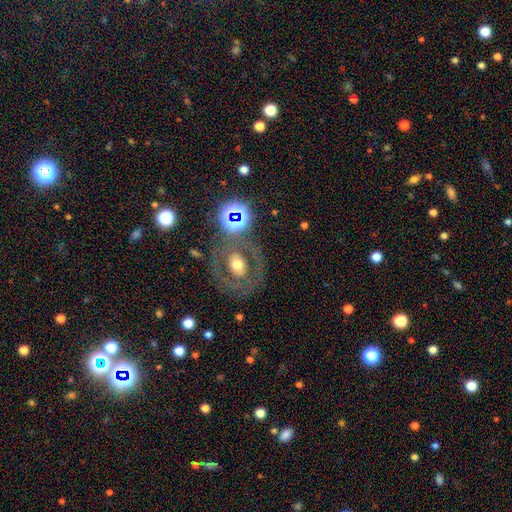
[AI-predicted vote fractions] Q: Smooth or featured?
A: featured or disk (41%); runner-up: star or artifact (38%)
Q: Merging?
A: none (66%); runner-up: minor disturbance (13%)